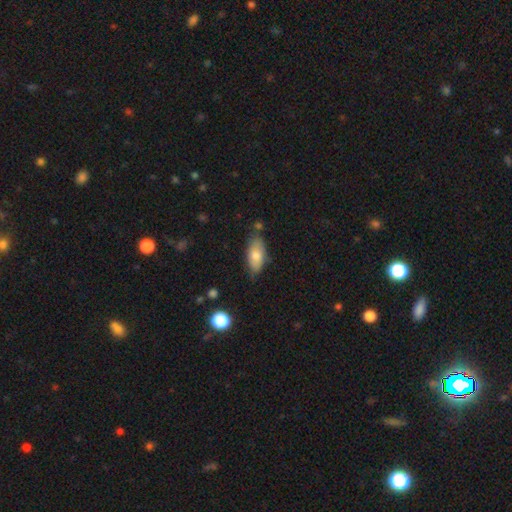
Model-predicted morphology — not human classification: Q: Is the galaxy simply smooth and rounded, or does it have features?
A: smooth — 75%.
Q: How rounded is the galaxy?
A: in between — 86%.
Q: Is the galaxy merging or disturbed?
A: none — 74%.